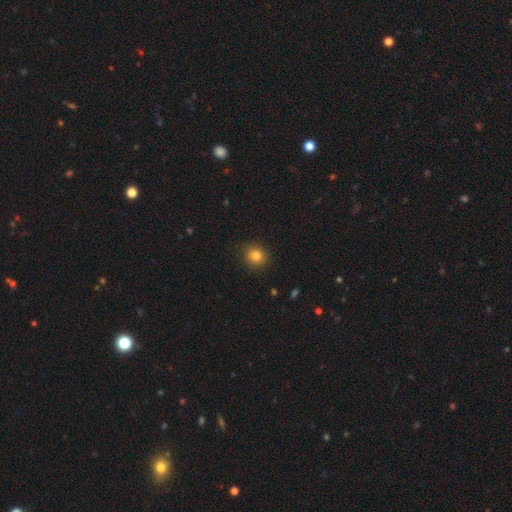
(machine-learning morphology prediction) Smooth or featured: smooth — 82% (star or artifact — 12%)
How rounded: round — 87% (in between — 12%)
Merging: none — 89% (minor disturbance — 8%)